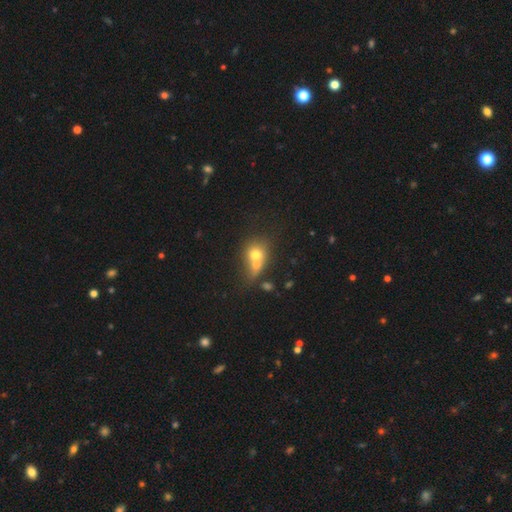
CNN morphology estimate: A smooth galaxy with no disk features (64%) that is round (66%). Merging: merger (60%).